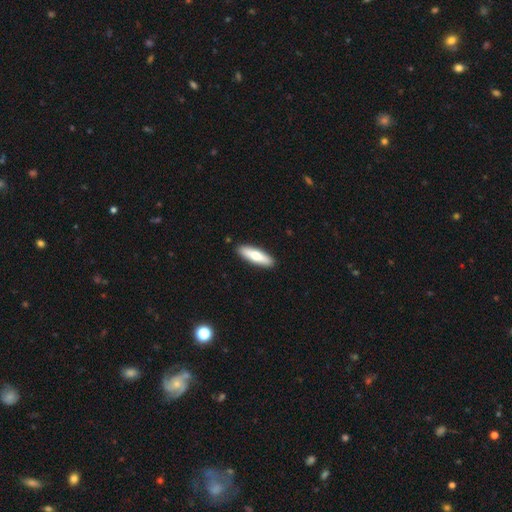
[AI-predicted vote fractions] This appears to be a smooth galaxy with no disk features (63%) that is cigar-shaped (61%). Merging: none (91%).